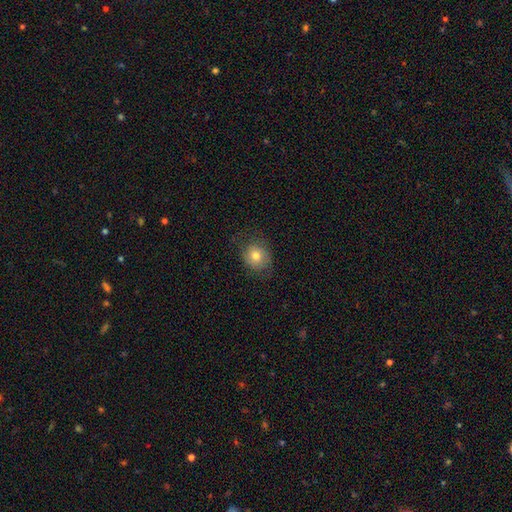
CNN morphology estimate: smooth-or-featured: smooth: 69% | featured or disk: 22% | star or artifact: 9%
  how-rounded: round: 68% | in between: 31% | cigar-shaped: 1%
  merging: none: 71% | minor disturbance: 19% | major disturbance: 9% | merger: 1%